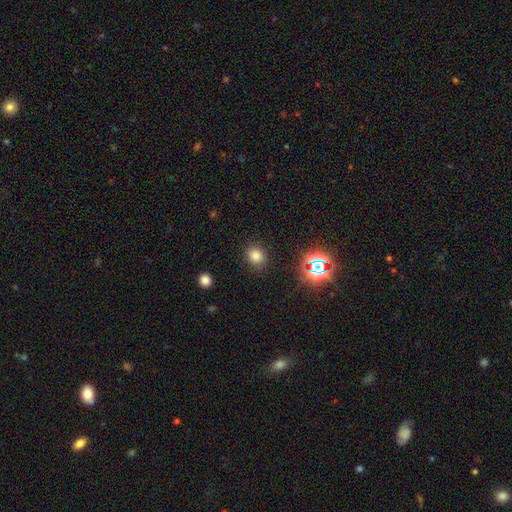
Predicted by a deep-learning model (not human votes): smooth_or_featured: smooth (p=0.76) [alt: star or artifact p=0.19]
how_rounded: round (p=0.70) [alt: in between p=0.29]
merging: none (p=0.85) [alt: minor disturbance p=0.10]